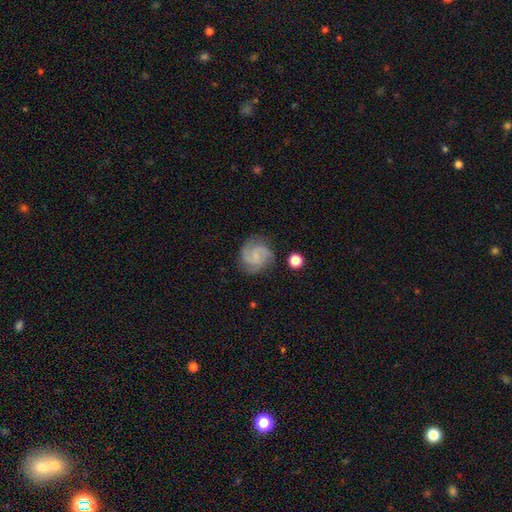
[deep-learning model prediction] This is likely a featured or disk galaxy (79%). It is clearly not viewed edge-on (98%). Bar: possibly no (58%). Spiral arm pattern: clearly yes (97%). Spiral arm count: marginally 3 (39%, tied with 2). Spiral winding: possibly medium (48%). Central bulge: likely small (61%). Merging: likely none (78%).